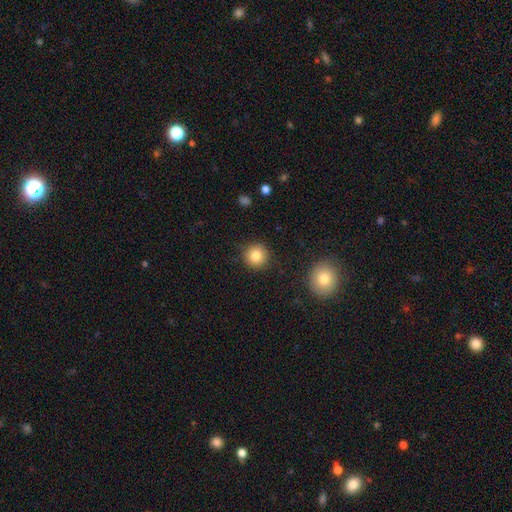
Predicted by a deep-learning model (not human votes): The model was most divided on "smooth or featured": smooth: 82%, star or artifact: 10%, featured or disk: 8%. More confident: how rounded — round (94%); merging — none (90%).